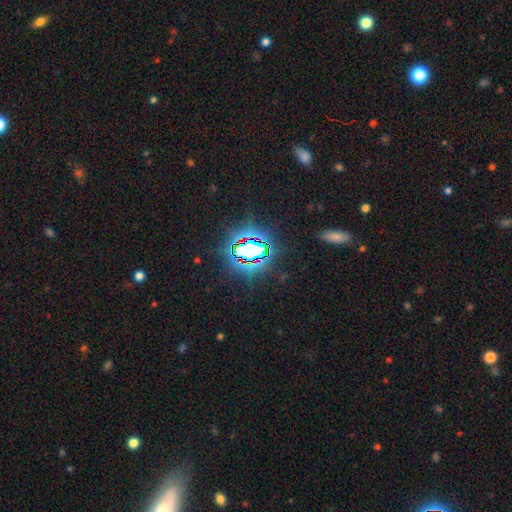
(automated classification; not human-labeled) This appears to be a star or artifact, not a galaxy (78%).